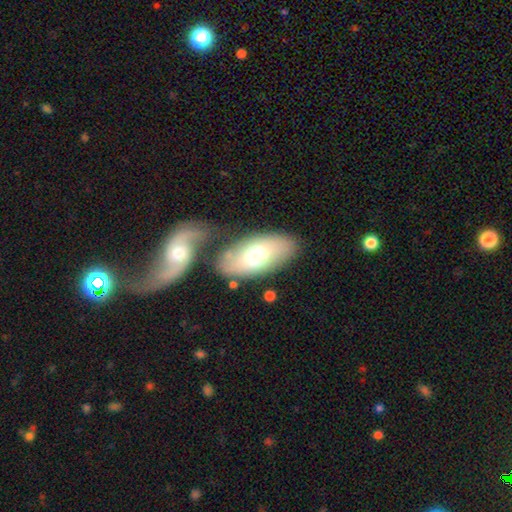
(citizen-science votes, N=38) Smooth or featured? smooth (55%)
How rounded? in between (86%)
Merging? none (46%)